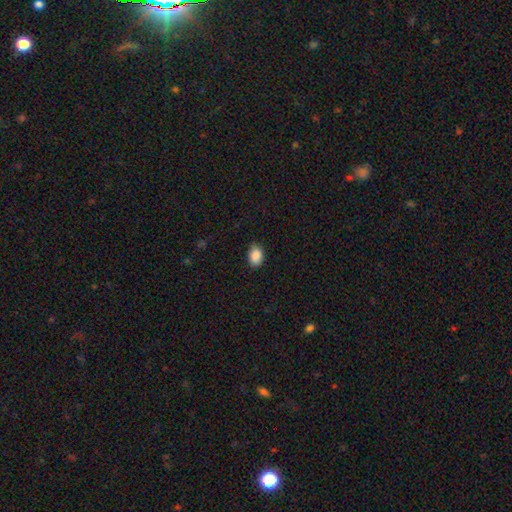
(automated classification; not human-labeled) A smooth galaxy with no disk features (89%) that is in between round and cigar-shaped (79%).

Vote fractions:
- Smooth or featured? smooth: 89% / star or artifact: 8% / featured or disk: 3%
- How rounded? in between: 79% / round: 20% / cigar-shaped: 1%
- Merging? none: 84% / minor disturbance: 13% / major disturbance: 2% / merger: 1%